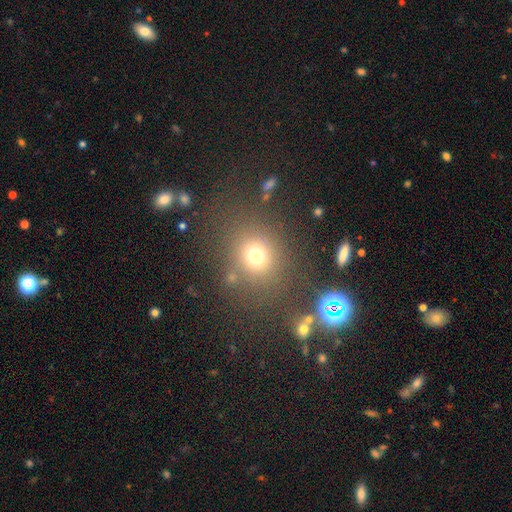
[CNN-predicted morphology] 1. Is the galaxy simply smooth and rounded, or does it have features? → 72% smooth, 19% star or artifact, 10% featured or disk.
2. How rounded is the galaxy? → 73% round, 25% in between, 1% cigar-shaped.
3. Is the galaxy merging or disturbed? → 75% none, 11% minor disturbance, 7% major disturbance, 7% merger.